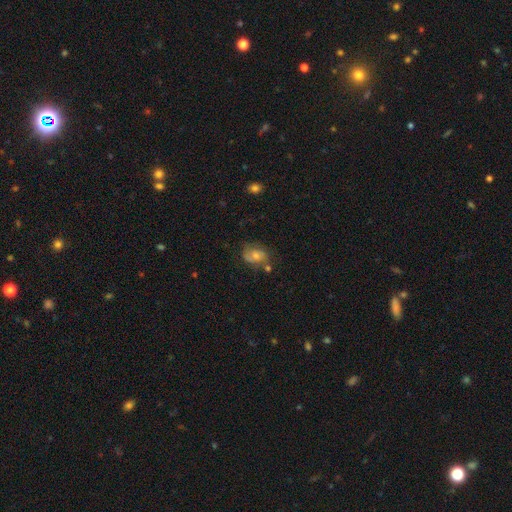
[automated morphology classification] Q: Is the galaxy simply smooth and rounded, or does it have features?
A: smooth — 51%.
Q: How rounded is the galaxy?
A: in between — 70%.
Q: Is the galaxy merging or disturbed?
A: none — 53%.